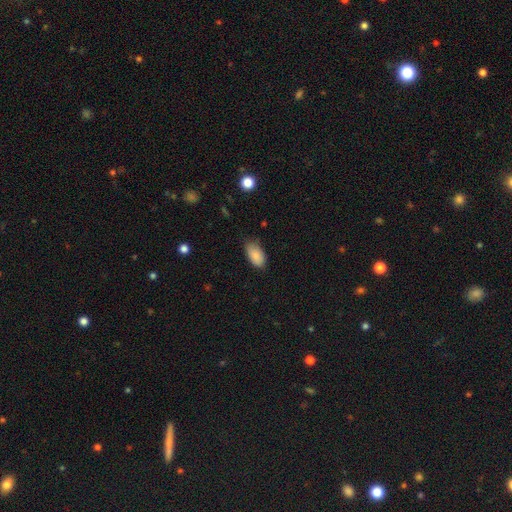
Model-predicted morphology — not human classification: smooth 86%, featured or disk 7%, star or artifact 7%. Down the decision tree: how rounded — in between (94%); merging — none (73%).